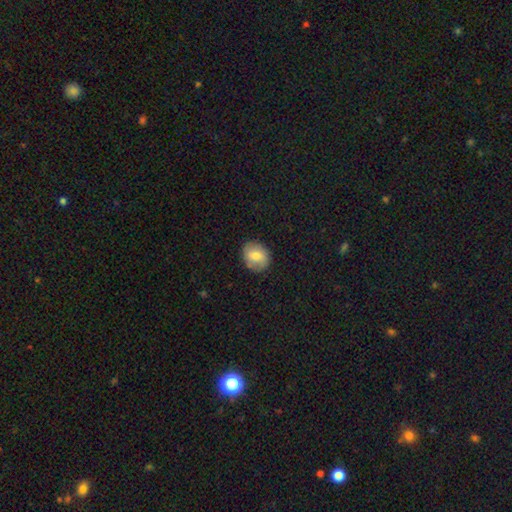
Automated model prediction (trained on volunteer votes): Smooth or featured? smooth (74%)
How rounded? round (55%)
Merging? none (83%)